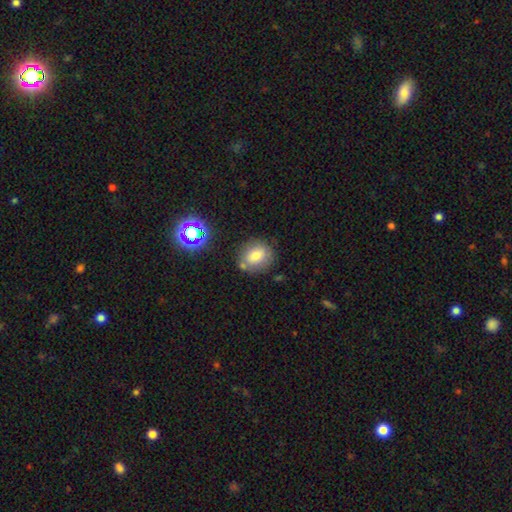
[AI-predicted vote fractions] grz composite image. It shows a smooth galaxy with no disk features (75%) that is round (62%). Merging: none (72%).